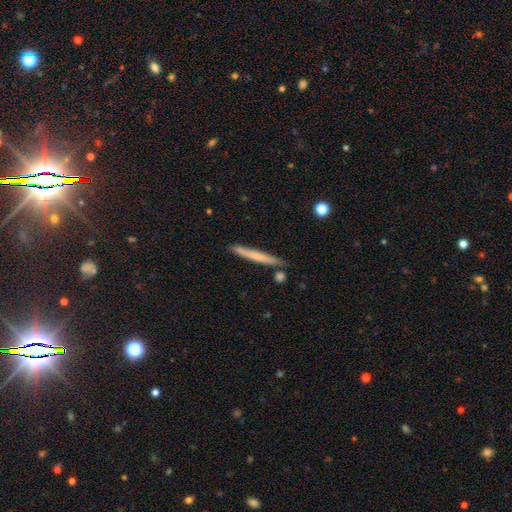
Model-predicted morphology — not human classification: A smooth galaxy with no disk features (57%) that is cigar-shaped (96%).

Vote fractions:
- Smooth or featured? smooth: 57% / featured or disk: 37% / star or artifact: 6%
- How rounded? cigar-shaped: 96% / in between: 2% / round: 1%
- Merging? none: 83% / minor disturbance: 11% / merger: 4% / major disturbance: 2%